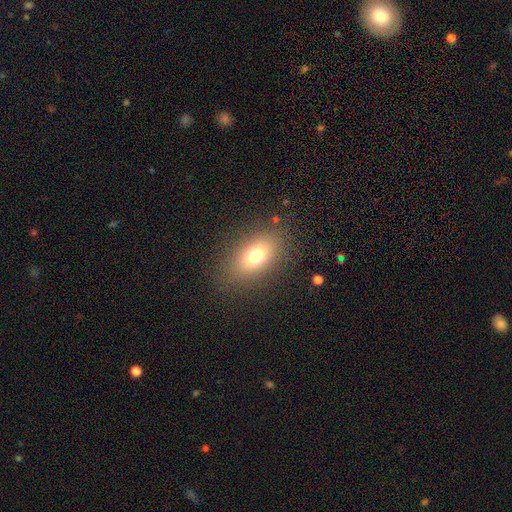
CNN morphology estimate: type=smooth (73%); roundness=in between (84%); merging=none (88%).